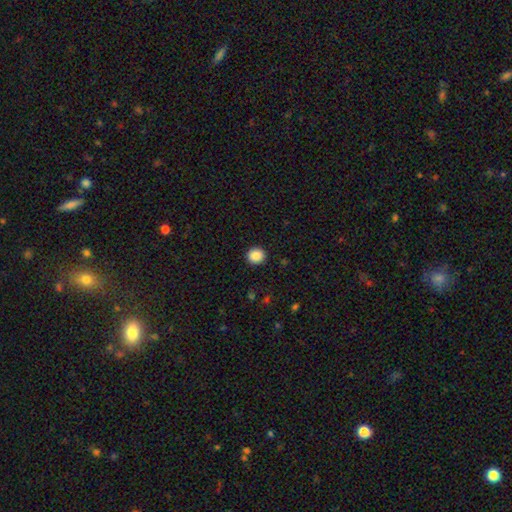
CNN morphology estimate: type=smooth (89%); roundness=round (89%); merging=none (92%).